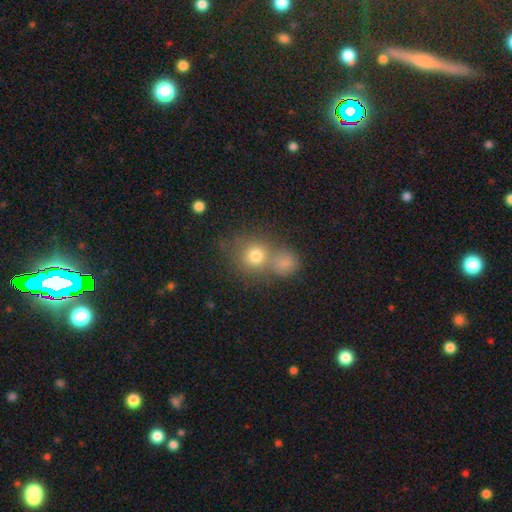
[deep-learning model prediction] smooth-or-featured: smooth: 75% | star or artifact: 13% | featured or disk: 11%
  how-rounded: round: 84% | in between: 14% | cigar-shaped: 1%
  merging: none: 47% | merger: 40% | minor disturbance: 9% | major disturbance: 4%